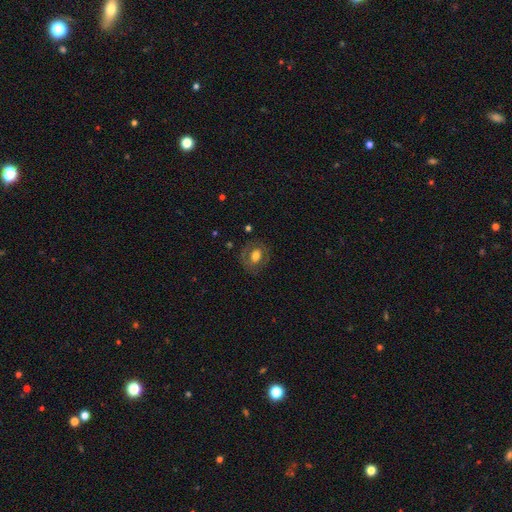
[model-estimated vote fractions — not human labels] The model was most divided on "how rounded": round: 50%, in between: 49%, cigar-shaped: 1%. More confident: merging — none (77%); smooth or featured — smooth (54%).